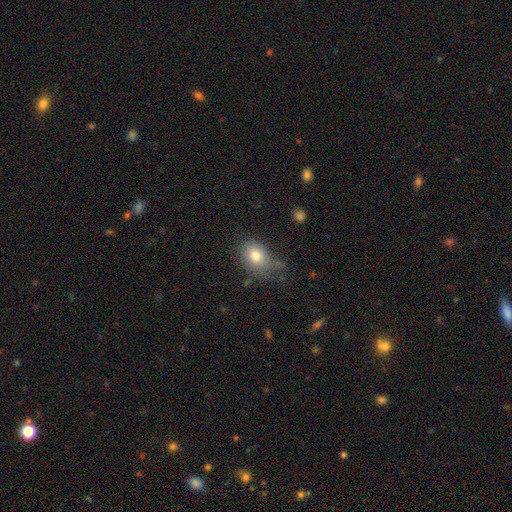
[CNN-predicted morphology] This is likely a smooth galaxy (78%). How rounded: likely in between (70%). Merging: likely none (62%).